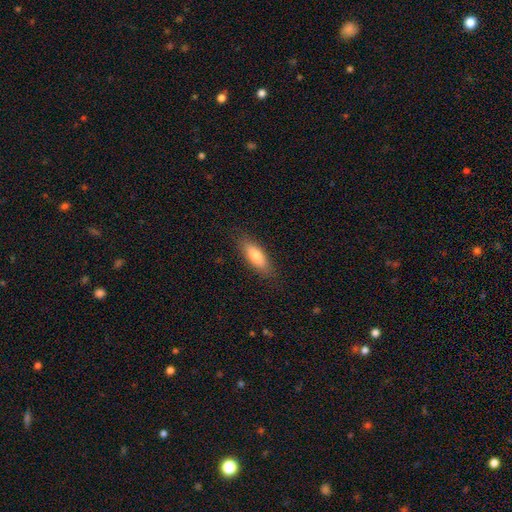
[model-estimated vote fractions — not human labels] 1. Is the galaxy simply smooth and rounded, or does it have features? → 77% smooth, 17% featured or disk, 6% star or artifact.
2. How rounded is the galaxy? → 61% in between, 36% cigar-shaped, 2% round.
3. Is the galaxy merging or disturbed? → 85% none, 11% minor disturbance, 3% major disturbance, 1% merger.